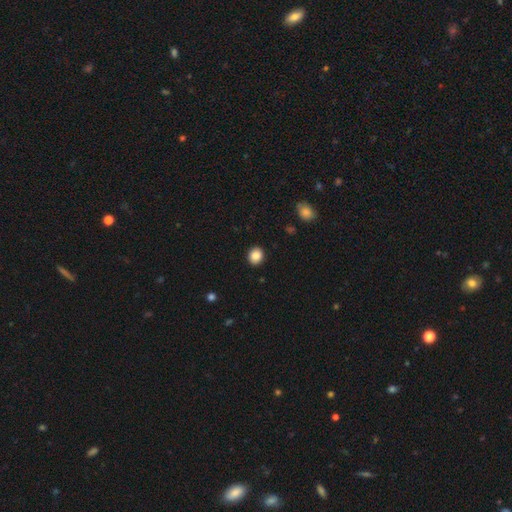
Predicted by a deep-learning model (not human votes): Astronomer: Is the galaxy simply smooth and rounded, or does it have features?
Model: smooth — 88%.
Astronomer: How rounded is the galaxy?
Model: round — 78%.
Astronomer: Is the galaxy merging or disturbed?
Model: none — 91%.